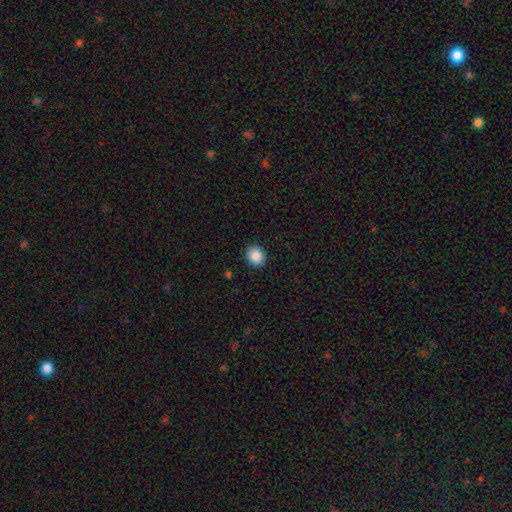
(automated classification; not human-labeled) Overall: smooth (87%). How rounded: round (66%; in between 33%). Merging: none (90%).